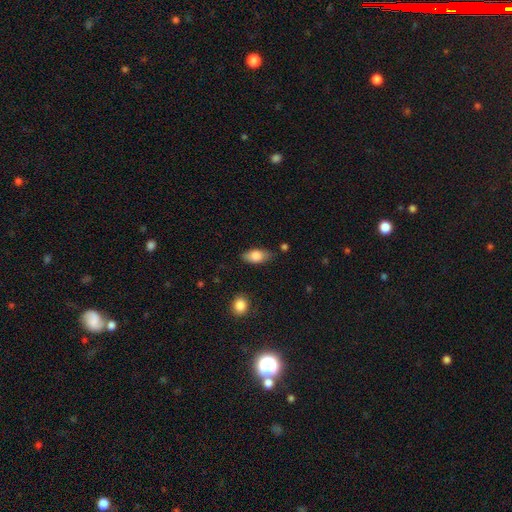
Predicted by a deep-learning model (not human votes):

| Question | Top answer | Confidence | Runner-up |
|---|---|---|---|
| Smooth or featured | smooth | 80% | featured or disk (14%) |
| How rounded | in between | 89% | cigar-shaped (7%) |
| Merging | none | 79% | minor disturbance (15%) |